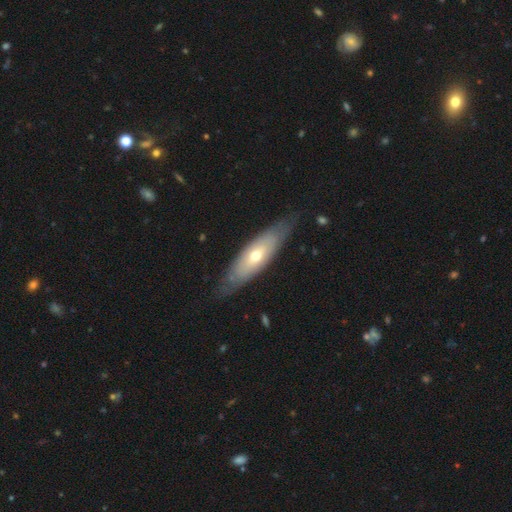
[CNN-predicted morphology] The model was most divided on "smooth or featured": featured or disk: 48%, smooth: 46%, star or artifact: 6%. More confident: merging — none (77%).